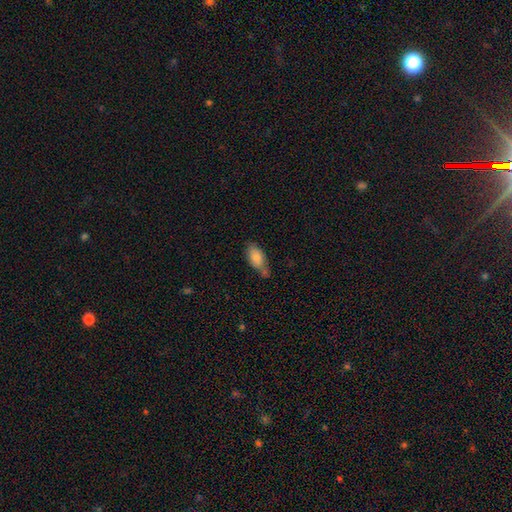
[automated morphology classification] Smooth or featured? smooth (82%)
How rounded? in between (89%)
Merging? none (50%)